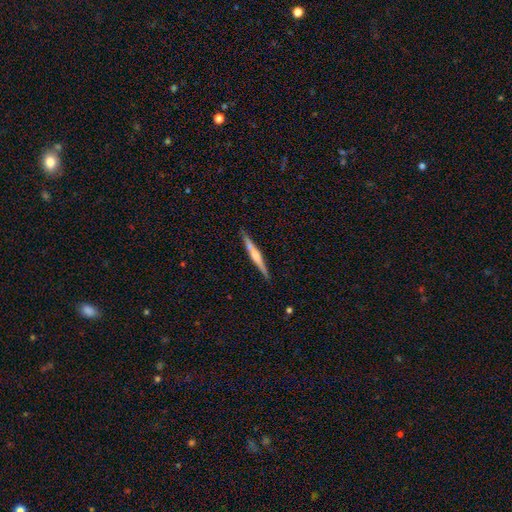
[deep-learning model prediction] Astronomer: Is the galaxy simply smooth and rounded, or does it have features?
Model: featured or disk — 62%.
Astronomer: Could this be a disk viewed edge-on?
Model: yes — 98%.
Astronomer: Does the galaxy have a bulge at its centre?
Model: rounded — 60%.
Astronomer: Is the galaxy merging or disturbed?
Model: none — 87%.